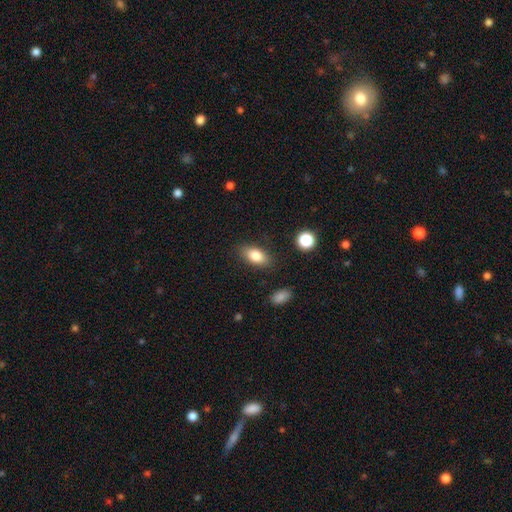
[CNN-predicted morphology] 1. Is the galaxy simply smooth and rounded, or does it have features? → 83% smooth, 9% featured or disk, 8% star or artifact.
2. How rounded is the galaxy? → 87% in between, 6% round, 6% cigar-shaped.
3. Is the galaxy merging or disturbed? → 83% none, 12% minor disturbance, 3% major disturbance, 2% merger.